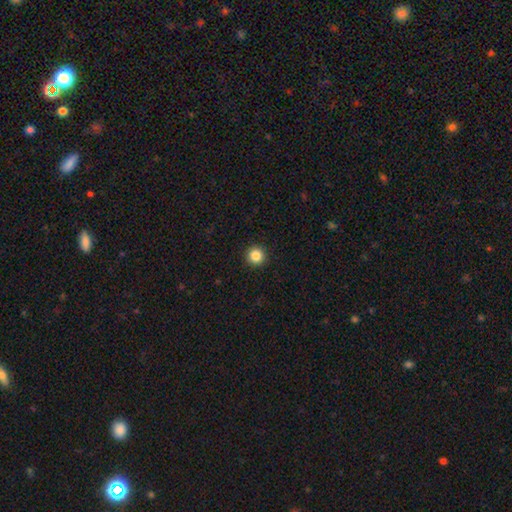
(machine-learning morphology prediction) Smooth or featured?
  - smooth: 86% *
  - star or artifact: 11%
  - featured or disk: 4%
How rounded?
  - round: 96% *
  - in between: 3%
  - cigar-shaped: 1%
Merging?
  - none: 93% *
  - minor disturbance: 4%
  - major disturbance: 2%
  - merger: 1%